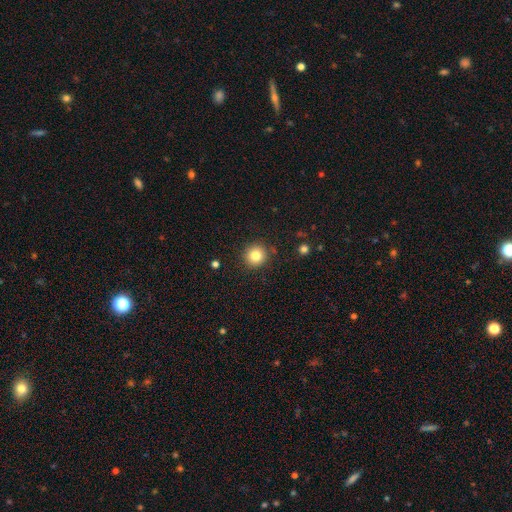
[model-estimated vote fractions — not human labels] Overall: smooth (82%). How rounded: round (93%). Merging: none (89%).